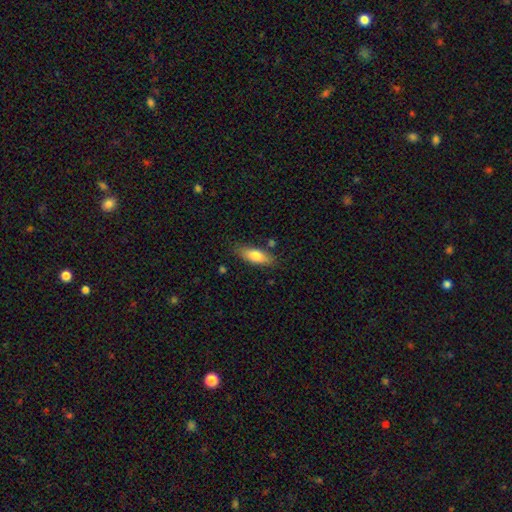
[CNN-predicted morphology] Q: Smooth or featured?
A: smooth (78%); runner-up: featured or disk (16%)
Q: How rounded?
A: in between (70%); runner-up: cigar-shaped (28%)
Q: Merging?
A: none (78%); runner-up: minor disturbance (15%)